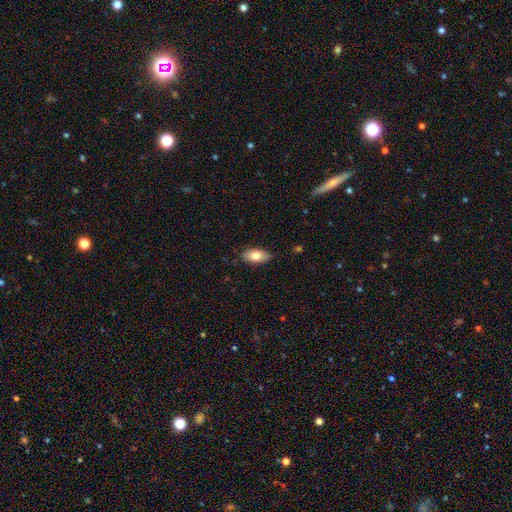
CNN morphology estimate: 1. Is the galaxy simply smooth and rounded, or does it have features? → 80% smooth, 13% featured or disk, 7% star or artifact.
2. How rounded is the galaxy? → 90% in between, 7% cigar-shaped, 3% round.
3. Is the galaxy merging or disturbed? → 83% none, 14% minor disturbance, 2% major disturbance, 1% merger.